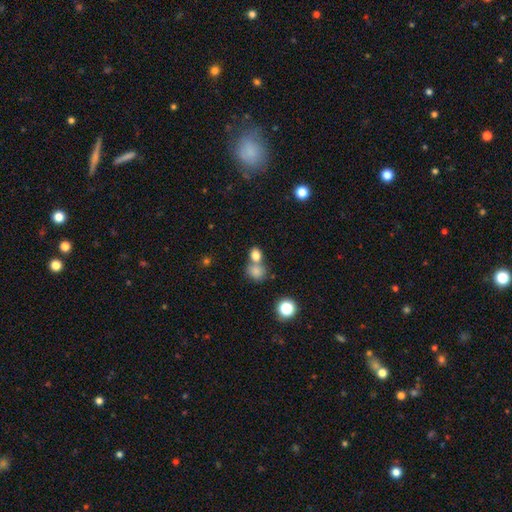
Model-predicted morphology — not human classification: Smooth or featured: smooth — 80% (star or artifact — 13%)
How rounded: round — 62% (in between — 37%)
Merging: none — 45% (merger — 44%)